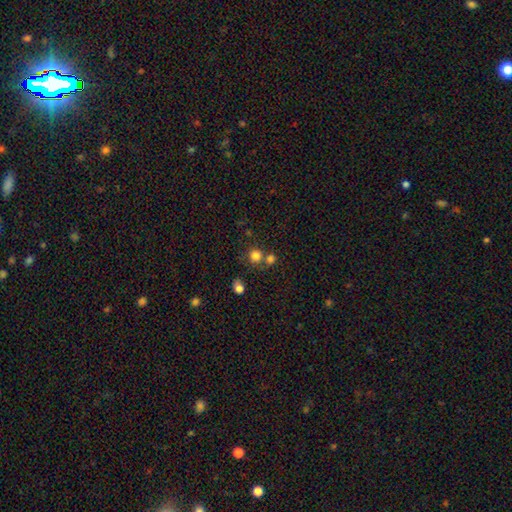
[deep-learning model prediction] Smooth or featured? smooth (79%)
How rounded? round (90%)
Merging? none (62%)